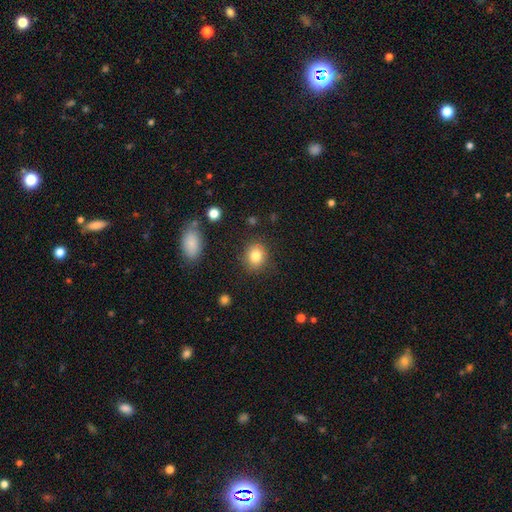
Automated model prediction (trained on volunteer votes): The model was most divided on "how rounded": round: 68%, in between: 31%, cigar-shaped: 1%. More confident: merging — none (86%); smooth or featured — smooth (82%).